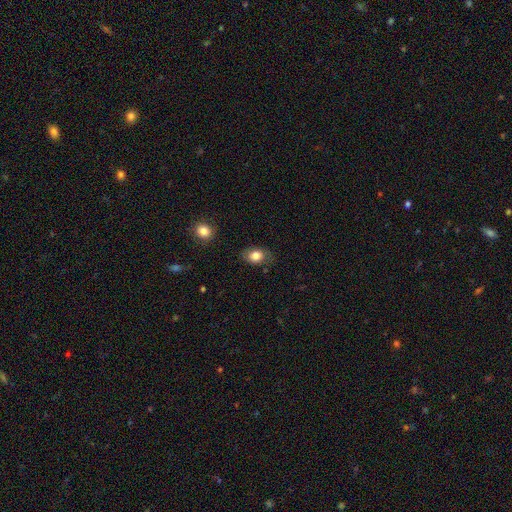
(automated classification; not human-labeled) smooth-or-featured: smooth: 82% | featured or disk: 9% | star or artifact: 9%
  how-rounded: in between: 75% | round: 24% | cigar-shaped: 1%
  merging: none: 78% | minor disturbance: 16% | major disturbance: 4% | merger: 2%